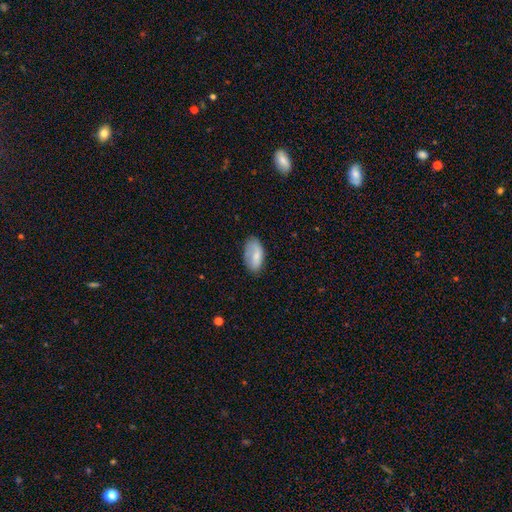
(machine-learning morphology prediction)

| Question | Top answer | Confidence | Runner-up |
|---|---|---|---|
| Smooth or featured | smooth | 75% | featured or disk (18%) |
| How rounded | in between | 94% | round (3%) |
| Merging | none | 67% | minor disturbance (24%) |